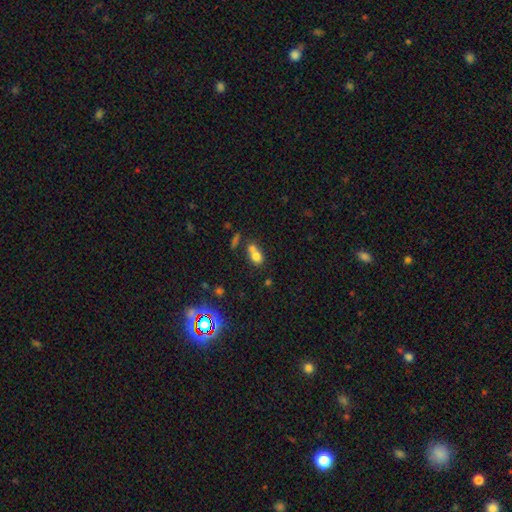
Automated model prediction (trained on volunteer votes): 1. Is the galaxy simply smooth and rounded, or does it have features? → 73% smooth, 14% featured or disk, 13% star or artifact.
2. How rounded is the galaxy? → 56% in between, 42% round, 2% cigar-shaped.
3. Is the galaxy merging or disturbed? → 55% merger, 32% none, 9% minor disturbance, 5% major disturbance.